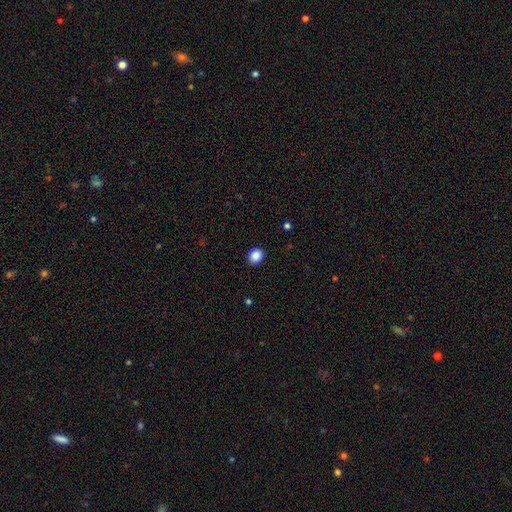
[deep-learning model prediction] smooth_or_featured: smooth (p=0.88) [alt: star or artifact p=0.09]
how_rounded: round (p=0.64) [alt: in between p=0.35]
merging: none (p=0.91) [alt: minor disturbance p=0.06]